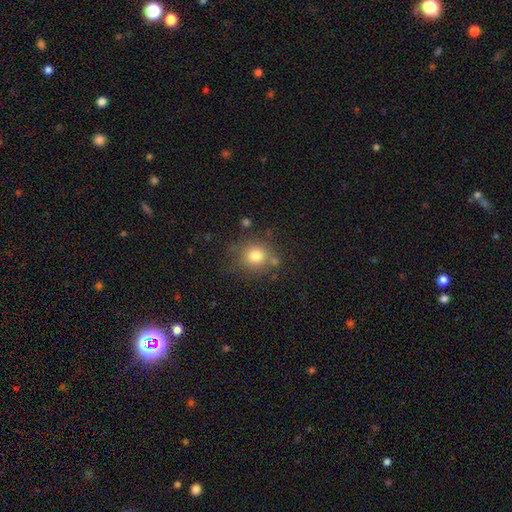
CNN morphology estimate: Smooth or featured? smooth (79%)
How rounded? round (85%)
Merging? none (73%)